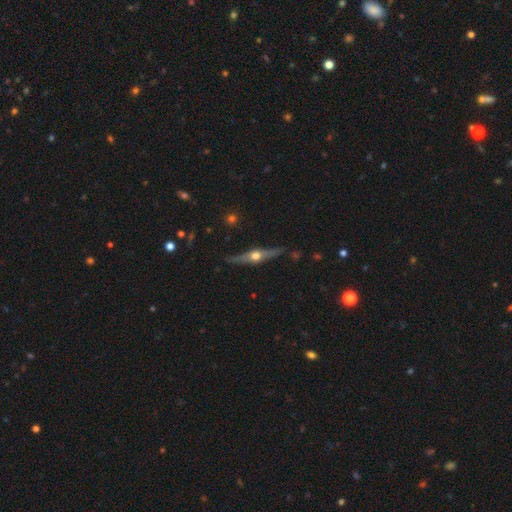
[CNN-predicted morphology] Smooth or featured? featured or disk (79%)
Edge-on disk? yes (97%)
Edge-on bulge? rounded (96%)
Merging? none (85%)